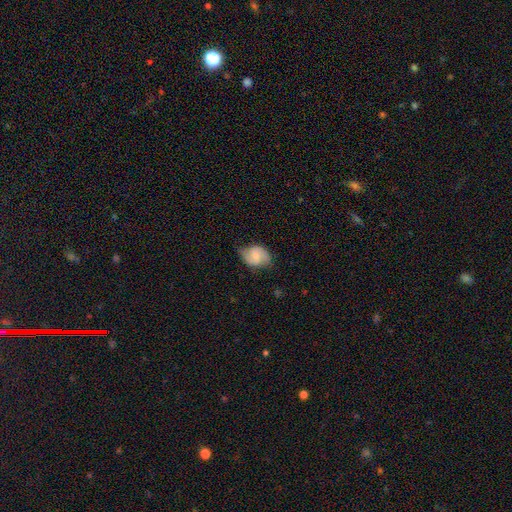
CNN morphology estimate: The model was most divided on "smooth or featured": featured or disk: 48%, smooth: 45%, star or artifact: 7%. More confident: merging — none (64%).